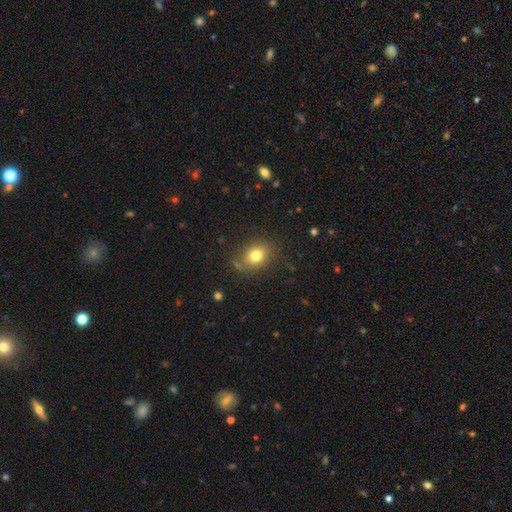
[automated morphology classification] The model was most divided on "how rounded": round: 54%, in between: 45%, cigar-shaped: 1%. More confident: smooth or featured — smooth (77%); merging — none (77%).